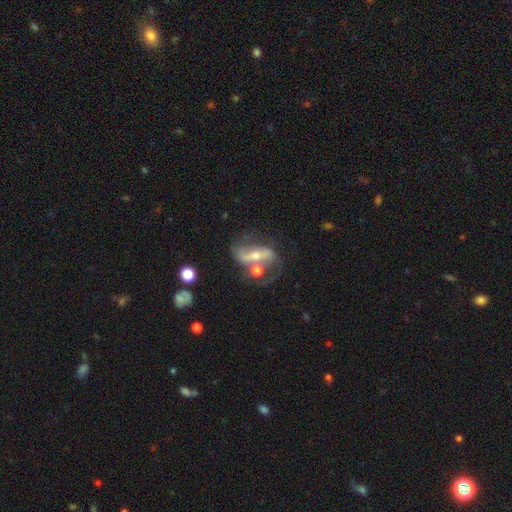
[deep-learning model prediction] Smooth or featured: featured or disk — 77% (smooth — 15%)
Edge-on disk: no — 88% (yes — 12%)
Bar: strong — 54% (weak — 23%)
Spiral arms: yes — 82% (no — 18%)
Spiral winding: loose — 54% (medium — 32%)
Spiral arm count: 2 — 84% (can't tell — 8%)
Bulge size: small — 48% (moderate — 47%)
Merging: none — 45% (merger — 21%)